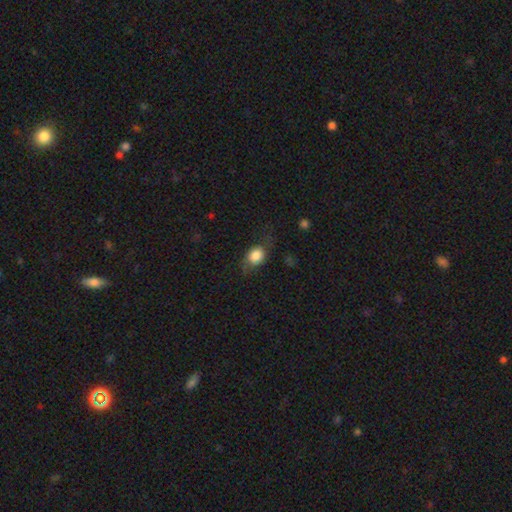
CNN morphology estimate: The model was most divided on "how rounded": in between: 50%, round: 48%, cigar-shaped: 2%. More confident: smooth or featured — smooth (78%); merging — none (58%).